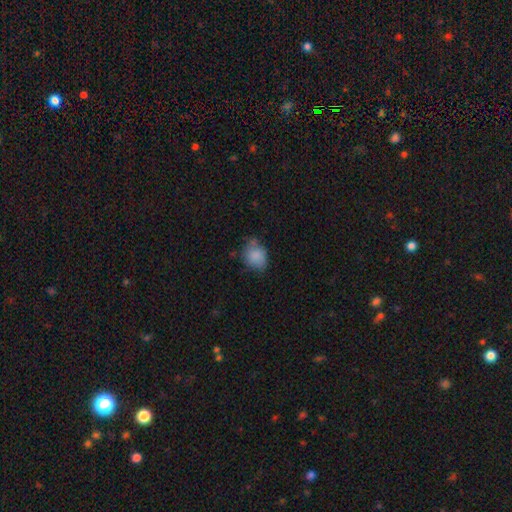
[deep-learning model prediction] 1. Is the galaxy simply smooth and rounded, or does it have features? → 82% smooth, 10% featured or disk, 9% star or artifact.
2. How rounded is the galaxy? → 52% round, 47% in between, 1% cigar-shaped.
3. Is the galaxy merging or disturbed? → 54% none, 33% minor disturbance, 9% major disturbance, 4% merger.